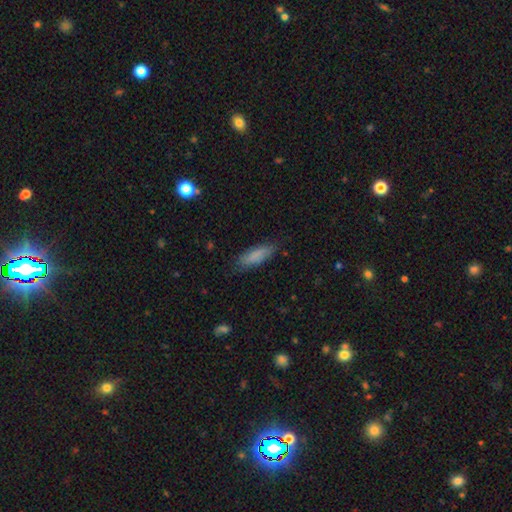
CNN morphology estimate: The model was most divided on "how rounded": in between: 51%, cigar-shaped: 47%, round: 2%. More confident: smooth or featured — smooth (83%); merging — none (80%).